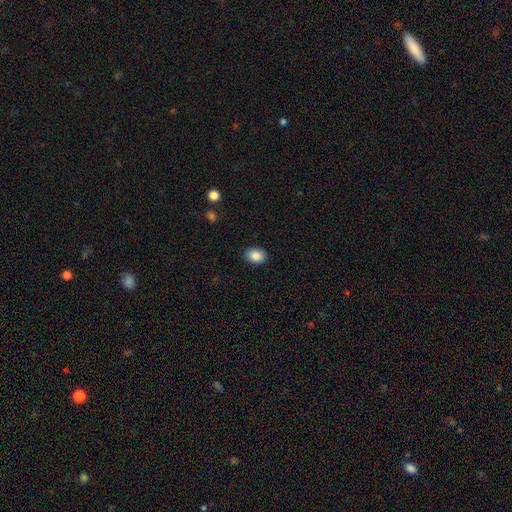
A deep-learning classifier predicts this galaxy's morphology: This is clearly a smooth galaxy (87%). How rounded: likely in between (75%). Merging: clearly none (88%).